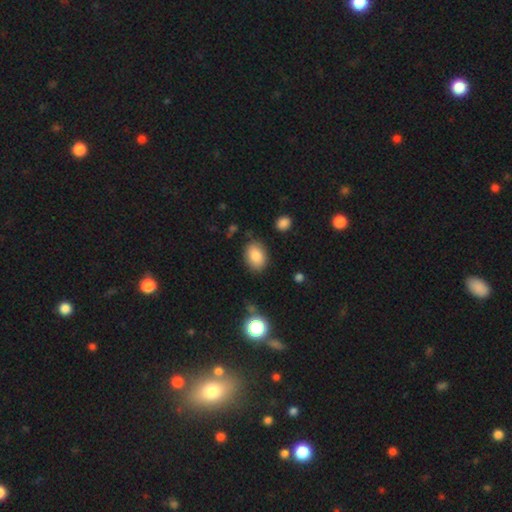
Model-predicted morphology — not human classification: smooth_or_featured: smooth (p=0.85) [alt: star or artifact p=0.08]
how_rounded: in between (p=0.79) [alt: round p=0.20]
merging: none (p=0.81) [alt: minor disturbance p=0.13]